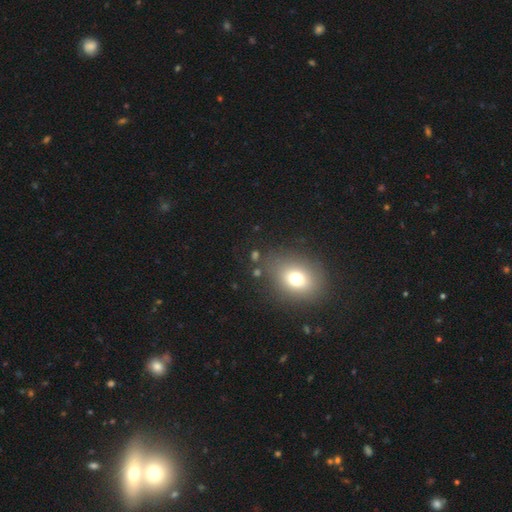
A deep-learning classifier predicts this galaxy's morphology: Smooth or featured?
  - smooth: 65% *
  - star or artifact: 22%
  - featured or disk: 14%
How rounded?
  - in between: 53% *
  - round: 45%
  - cigar-shaped: 2%
Merging?
  - none: 78% *
  - minor disturbance: 12%
  - major disturbance: 5%
  - merger: 5%